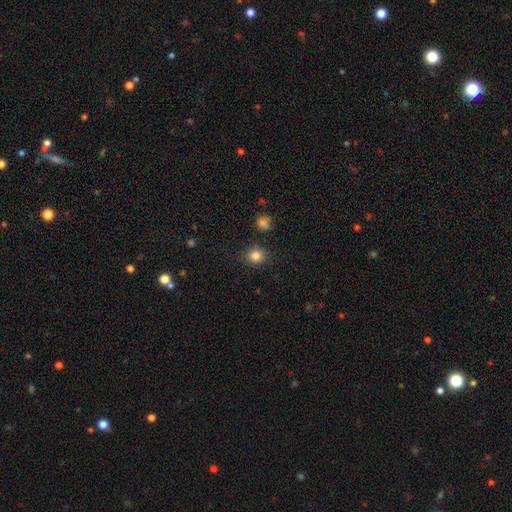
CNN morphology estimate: This appears to be a smooth galaxy with no disk features (82%) that is round (81%). Merging: none (85%).